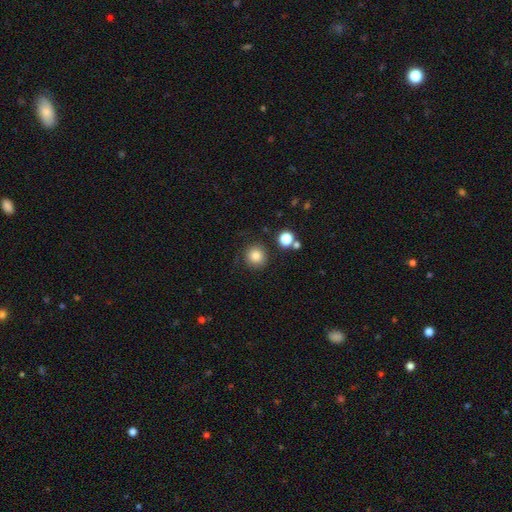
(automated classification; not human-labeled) This appears to be a smooth galaxy with no disk features (83%) that is round (93%). Merging: none (83%).